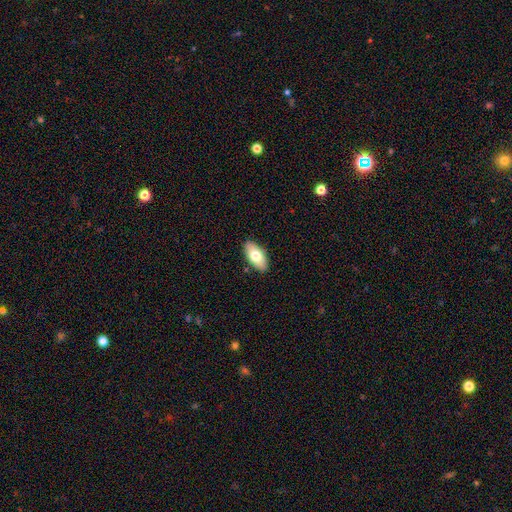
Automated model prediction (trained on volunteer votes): Smooth or featured? Predicted: smooth (p=0.73). How rounded? Predicted: in between (p=0.91). Merging? Predicted: none (p=0.88).